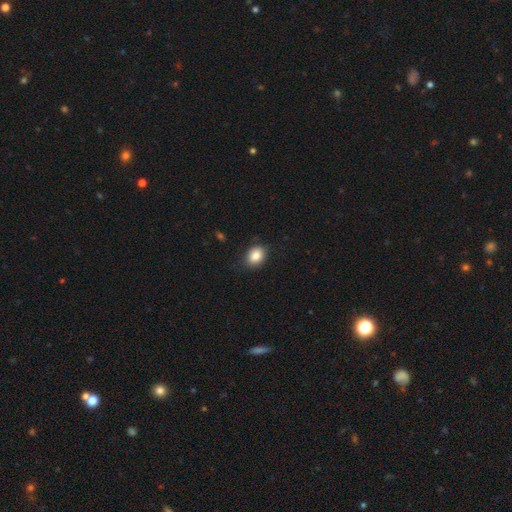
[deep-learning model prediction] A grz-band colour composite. It shows a smooth galaxy with no disk features (85%) that is in between round and cigar-shaped (56%). Merging: none (83%).